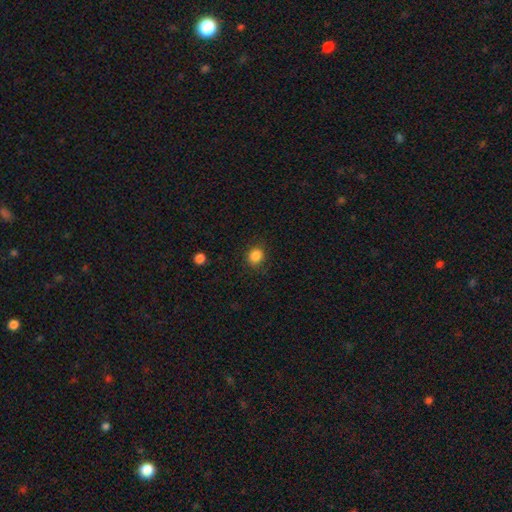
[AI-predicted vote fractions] The model was most divided on "how rounded": round: 73%, in between: 27%, cigar-shaped: 1%. More confident: merging — none (87%); smooth or featured — smooth (86%).